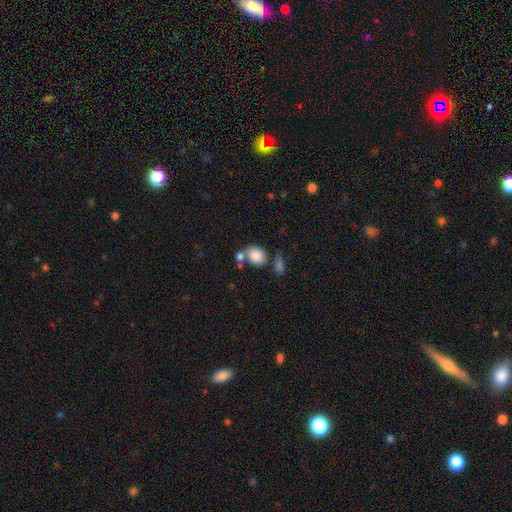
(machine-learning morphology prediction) A smooth galaxy with no disk features (85%) that is round (52%).

Vote fractions:
- Smooth or featured? smooth: 85% / star or artifact: 9% / featured or disk: 7%
- How rounded? round: 52% / in between: 47% / cigar-shaped: 1%
- Merging? none: 51% / merger: 30% / minor disturbance: 13% / major disturbance: 5%